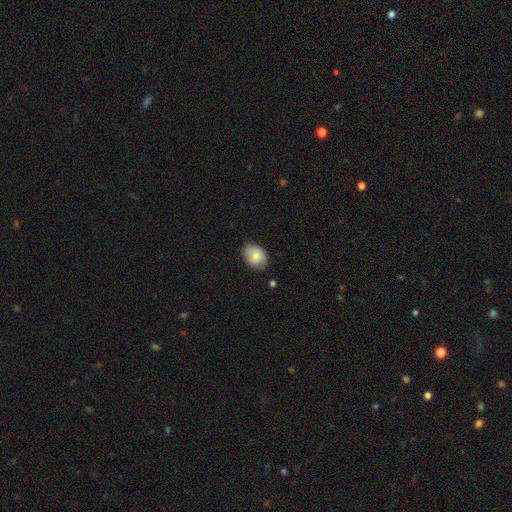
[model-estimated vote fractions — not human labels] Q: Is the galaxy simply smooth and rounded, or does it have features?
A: smooth — 79%.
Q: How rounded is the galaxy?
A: in between — 70%.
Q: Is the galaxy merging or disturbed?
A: none — 73%.